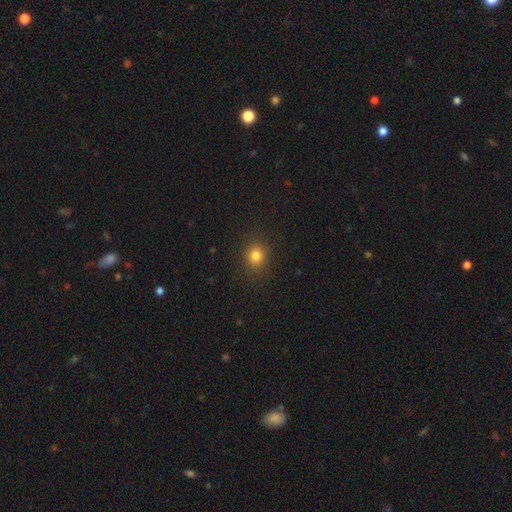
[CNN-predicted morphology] This appears to be a smooth galaxy with no disk features (81%) that is round (77%). Merging: none (89%).